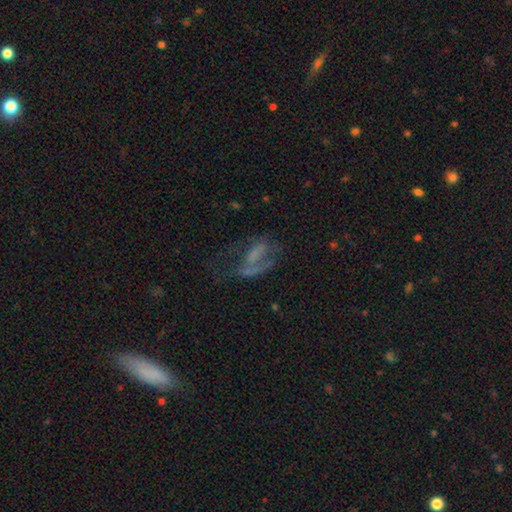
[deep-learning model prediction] Q: Smooth or featured?
A: featured or disk (54%); runner-up: smooth (31%)
Q: Edge-on disk?
A: no (95%); runner-up: yes (5%)
Q: Bar?
A: no (59%); runner-up: weak (26%)
Q: Spiral arms?
A: no (55%); runner-up: yes (45%)
Q: Bulge size?
A: none (63%); runner-up: small (17%)
Q: Merging?
A: major disturbance (47%); runner-up: none (29%)